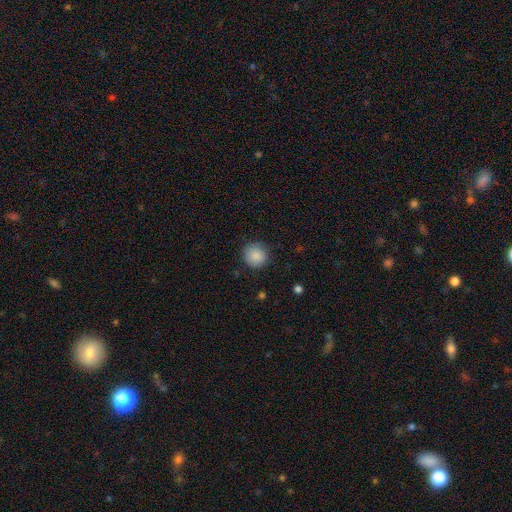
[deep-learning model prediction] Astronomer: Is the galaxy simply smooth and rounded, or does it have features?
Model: smooth — 88%.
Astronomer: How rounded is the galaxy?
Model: round — 92%.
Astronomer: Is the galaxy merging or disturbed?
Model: none — 86%.